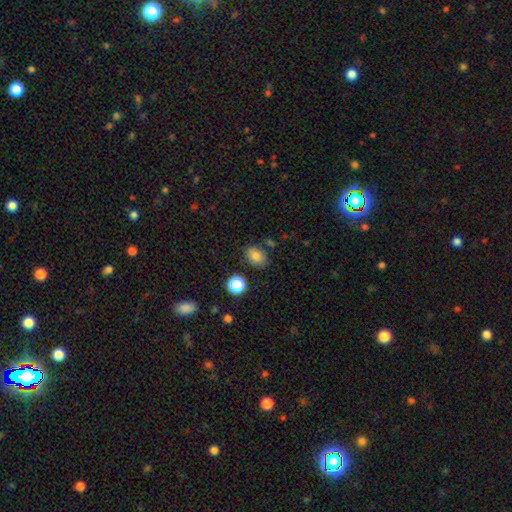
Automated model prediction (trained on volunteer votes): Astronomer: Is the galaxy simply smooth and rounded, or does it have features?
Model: smooth — 83%.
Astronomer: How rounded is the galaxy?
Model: in between — 72%.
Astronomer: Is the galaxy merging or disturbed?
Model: none — 79%.